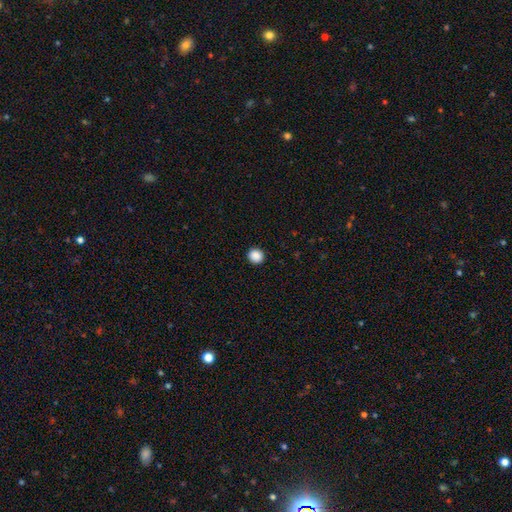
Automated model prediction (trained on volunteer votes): Q: Smooth or featured?
A: smooth (89%); runner-up: star or artifact (9%)
Q: How rounded?
A: round (88%); runner-up: in between (12%)
Q: Merging?
A: none (92%); runner-up: minor disturbance (5%)